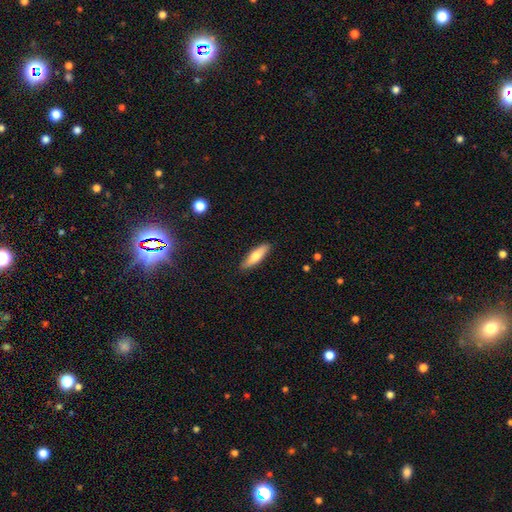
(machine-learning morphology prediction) smooth-or-featured: smooth: 66% | featured or disk: 28% | star or artifact: 6%
  how-rounded: cigar-shaped: 62% | in between: 36% | round: 2%
  merging: none: 88% | minor disturbance: 9% | major disturbance: 2% | merger: 1%